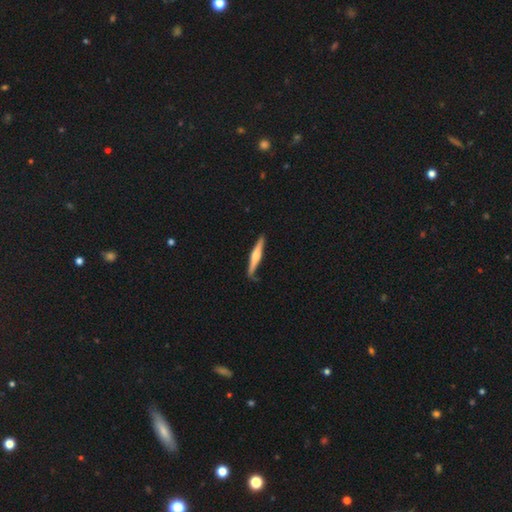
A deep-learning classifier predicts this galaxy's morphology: Q: Smooth or featured?
A: featured or disk (54%); runner-up: smooth (42%)
Q: Edge-on disk?
A: yes (96%); runner-up: no (4%)
Q: Edge-on bulge?
A: rounded (75%); runner-up: boxy (13%)
Q: Merging?
A: none (78%); runner-up: minor disturbance (17%)